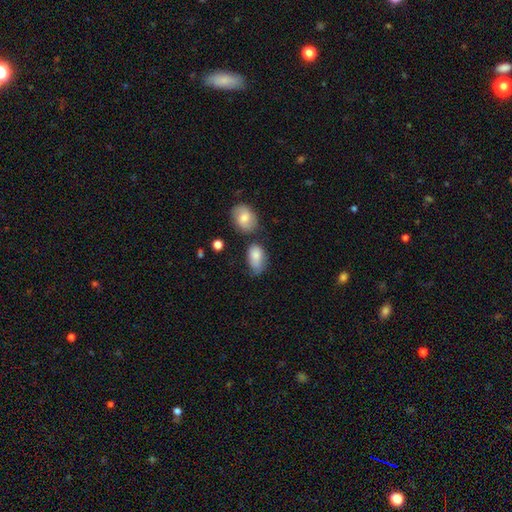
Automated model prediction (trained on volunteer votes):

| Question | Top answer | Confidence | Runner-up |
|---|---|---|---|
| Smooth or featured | smooth | 82% | featured or disk (10%) |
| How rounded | in between | 90% | round (8%) |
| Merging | none | 46% | minor disturbance (34%) |